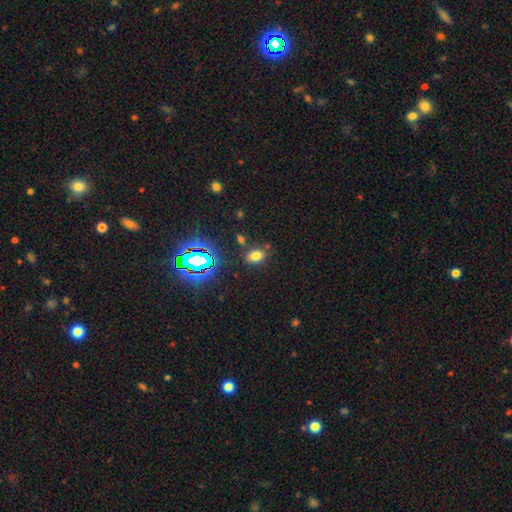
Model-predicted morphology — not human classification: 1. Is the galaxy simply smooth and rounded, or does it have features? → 69% smooth, 23% star or artifact, 8% featured or disk.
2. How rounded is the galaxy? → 72% in between, 26% round, 2% cigar-shaped.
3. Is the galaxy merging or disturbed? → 77% none, 12% minor disturbance, 7% merger, 4% major disturbance.